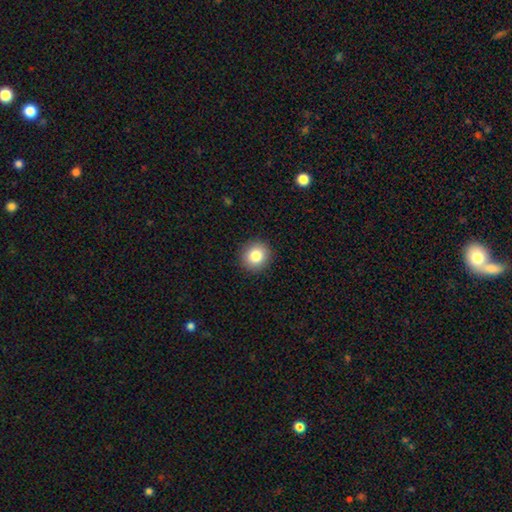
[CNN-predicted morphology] Smooth or featured: smooth — 83% (star or artifact — 10%)
How rounded: round — 90% (in between — 9%)
Merging: none — 92% (minor disturbance — 5%)